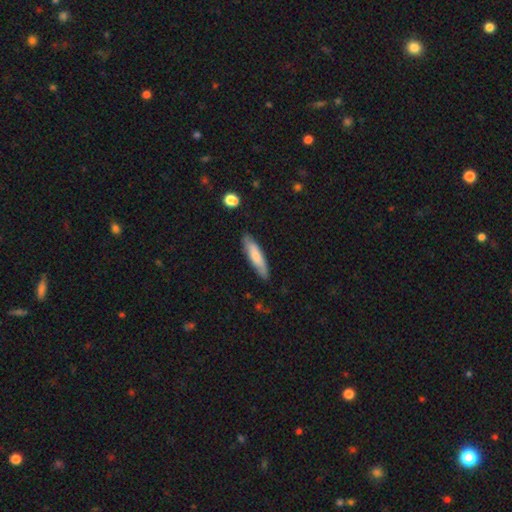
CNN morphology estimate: This appears to be a smooth galaxy with no disk features (74%) that is cigar-shaped (79%). Merging: none (82%).